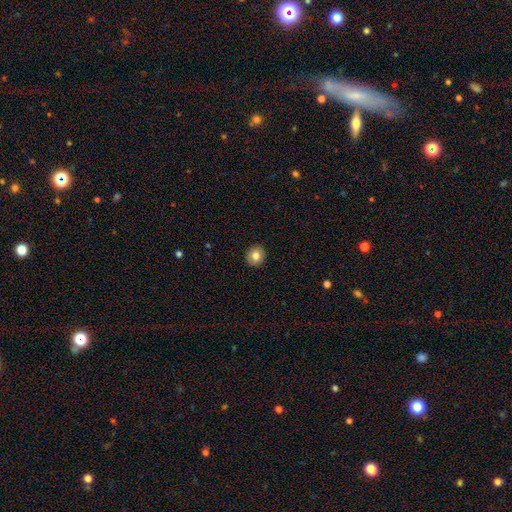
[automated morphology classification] smooth 79%, featured or disk 12%, star or artifact 9%. Down the decision tree: how rounded — round (88%); merging — none (92%).